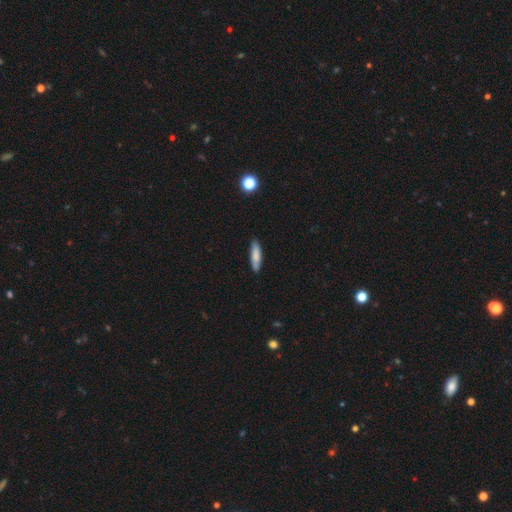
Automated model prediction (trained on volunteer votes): smooth 79%, featured or disk 15%, star or artifact 6%. Down the decision tree: how rounded — cigar-shaped (73%); merging — none (85%).